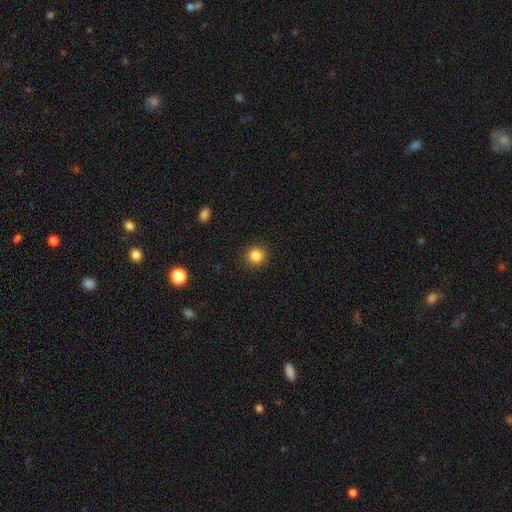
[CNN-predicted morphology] type=smooth (85%); roundness=round (93%); merging=none (91%).